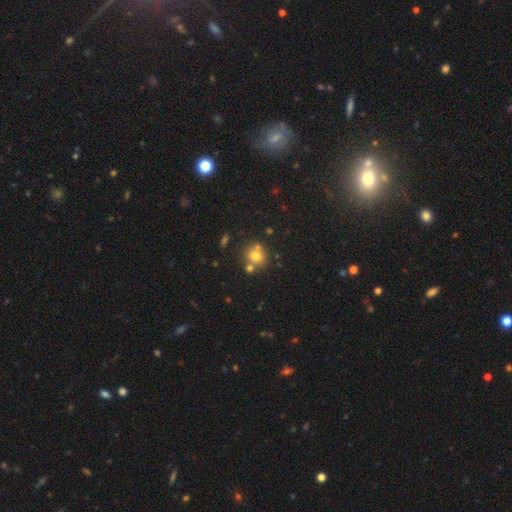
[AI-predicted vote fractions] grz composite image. It shows a smooth galaxy with no disk features (71%) that is round (83%). Merging: none (61%).